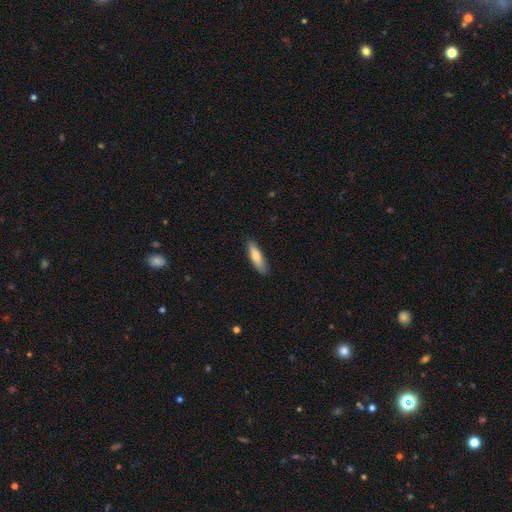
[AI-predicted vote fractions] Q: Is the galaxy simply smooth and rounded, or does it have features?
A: smooth — 74%.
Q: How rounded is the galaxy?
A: cigar-shaped — 61%.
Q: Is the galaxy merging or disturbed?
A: none — 86%.